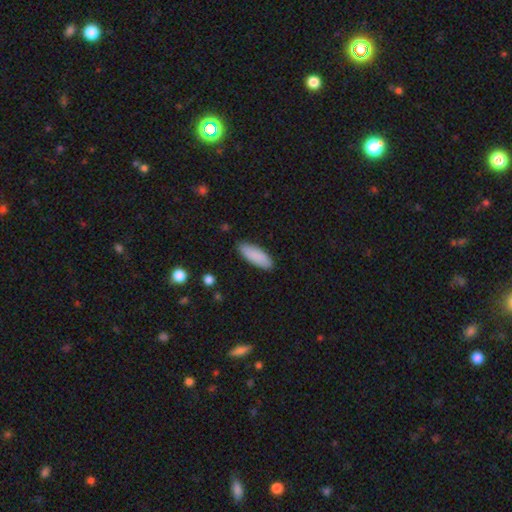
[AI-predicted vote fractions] smooth_or_featured: smooth (p=0.89) [alt: star or artifact p=0.06]
how_rounded: in between (p=0.66) [alt: cigar-shaped p=0.32]
merging: none (p=0.86) [alt: minor disturbance p=0.11]